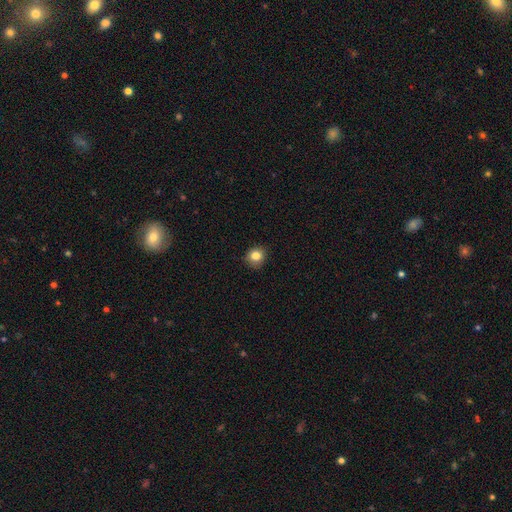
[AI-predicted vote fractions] Smooth or featured? smooth (82%)
How rounded? round (82%)
Merging? none (87%)